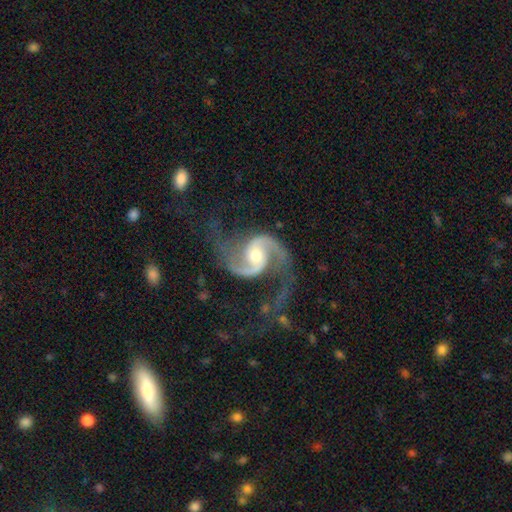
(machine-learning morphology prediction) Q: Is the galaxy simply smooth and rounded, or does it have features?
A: featured or disk — 93%.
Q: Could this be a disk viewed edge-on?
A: no — 98%.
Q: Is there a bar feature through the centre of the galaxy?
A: no — 50%.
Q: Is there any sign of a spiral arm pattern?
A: yes — 98%.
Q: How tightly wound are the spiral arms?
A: medium — 48%.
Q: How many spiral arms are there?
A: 2 — 93%.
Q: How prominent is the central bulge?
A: moderate — 68%.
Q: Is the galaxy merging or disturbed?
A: none — 63%.